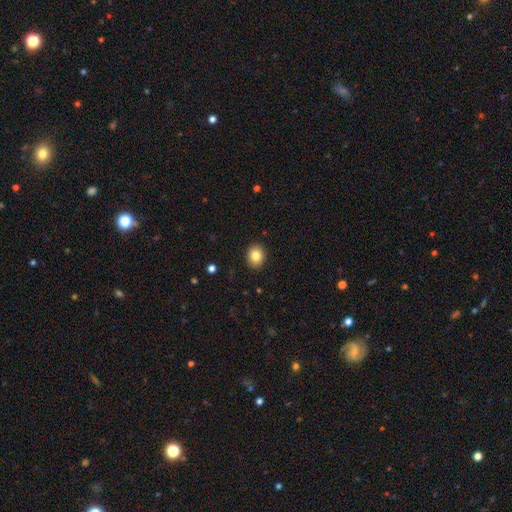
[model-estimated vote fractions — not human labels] Overall: smooth (83%). How rounded: round (52%; in between 48%). Merging: none (90%).